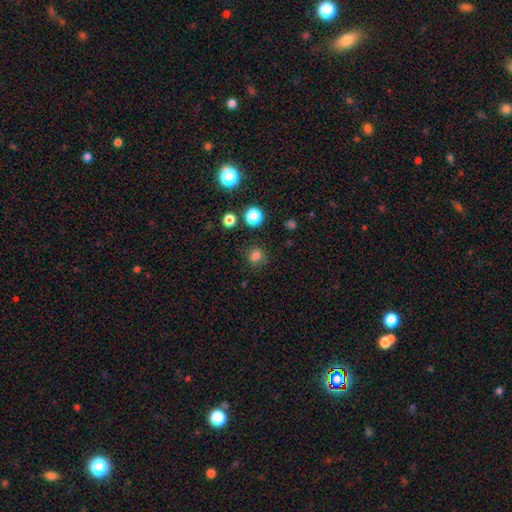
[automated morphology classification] This is likely a smooth galaxy (79%). How rounded: clearly round (87%). Merging: clearly none (86%).